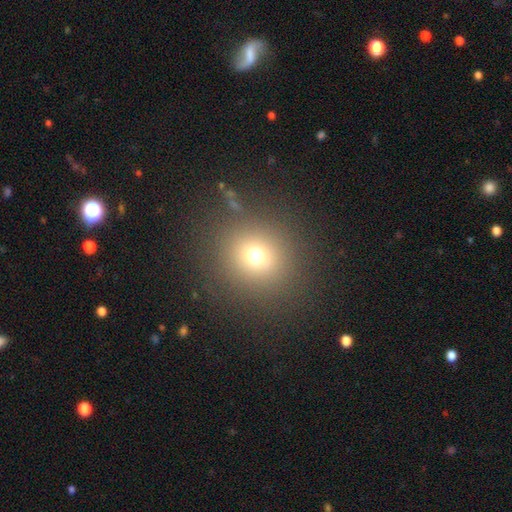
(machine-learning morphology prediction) A smooth galaxy with no disk features (70%) that is round (90%). Merging: none (86%).